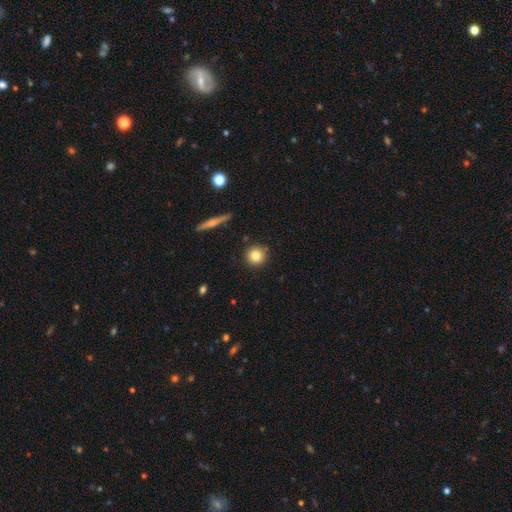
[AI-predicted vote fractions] Q: Smooth or featured?
A: smooth (81%); runner-up: featured or disk (10%)
Q: How rounded?
A: round (93%); runner-up: in between (5%)
Q: Merging?
A: none (89%); runner-up: minor disturbance (7%)